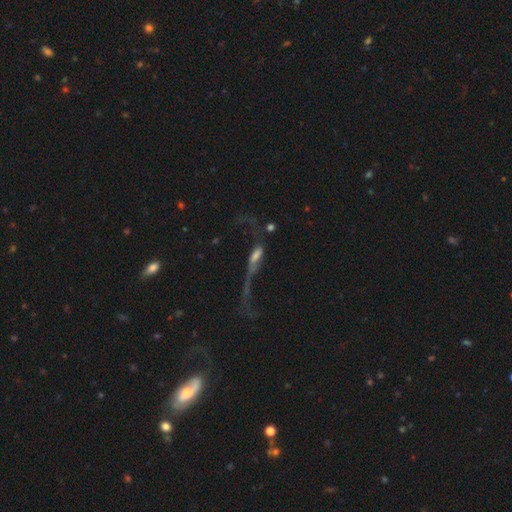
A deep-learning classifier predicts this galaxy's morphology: A featured or disk galaxy (55%). Merging: major disturbance (54%).